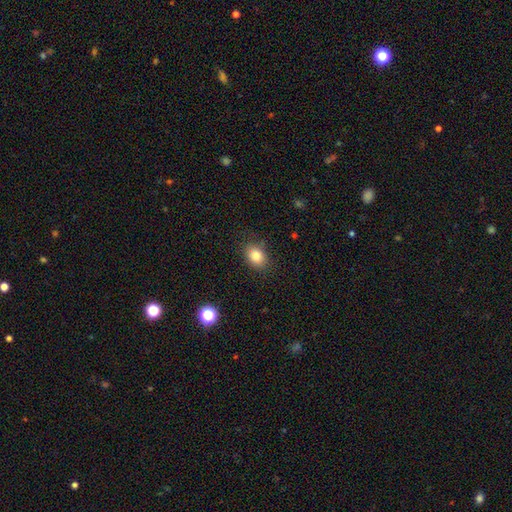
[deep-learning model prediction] This appears to be a smooth galaxy with no disk features (82%) that is in between round and cigar-shaped (65%). Merging: none (83%).